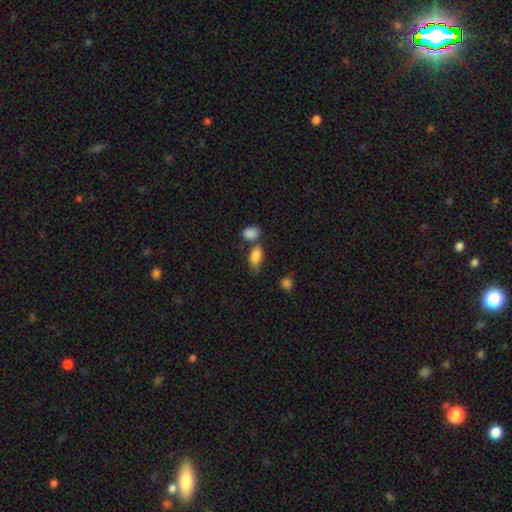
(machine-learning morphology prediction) A smooth galaxy with no disk features (85%) that is in between round and cigar-shaped (88%).

Vote fractions:
- Smooth or featured? smooth: 85% / star or artifact: 8% / featured or disk: 7%
- How rounded? in between: 88% / round: 9% / cigar-shaped: 3%
- Merging? none: 47% / merger: 25% / minor disturbance: 21% / major disturbance: 7%